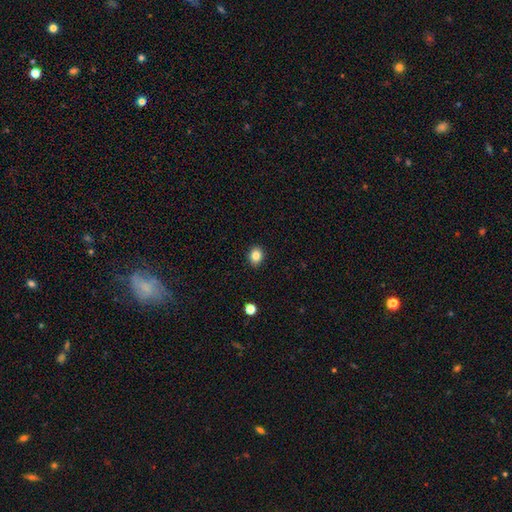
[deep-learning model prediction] Smooth or featured? smooth (84%)
How rounded? round (58%)
Merging? none (90%)